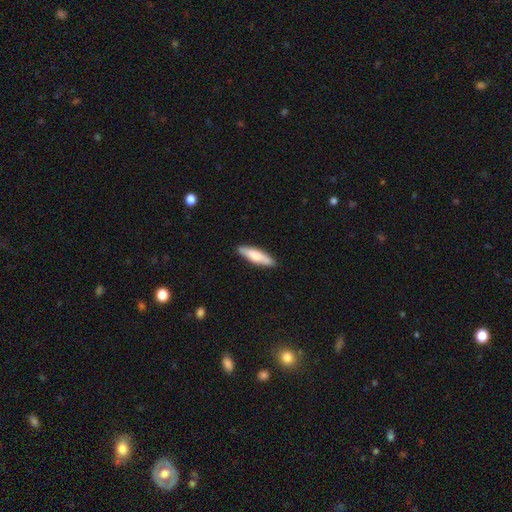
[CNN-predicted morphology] This is likely a smooth galaxy (70%). How rounded: likely cigar-shaped (70%). Merging: clearly none (88%).